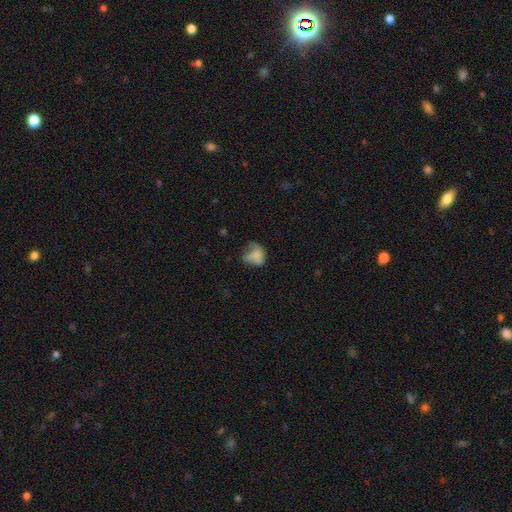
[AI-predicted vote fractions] Smooth or featured: smooth — 62% (featured or disk — 27%)
How rounded: in between — 53% (round — 46%)
Merging: major disturbance — 34% (none — 33%)